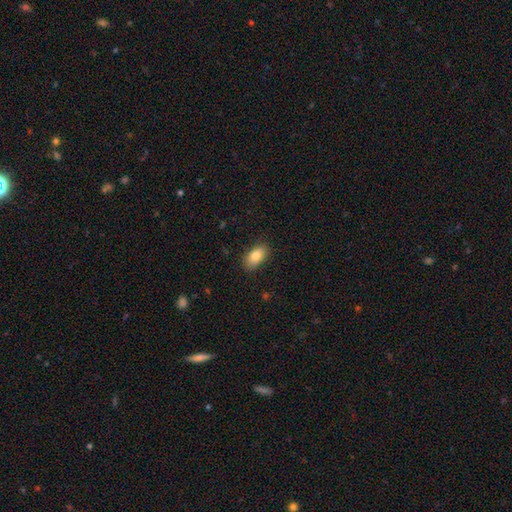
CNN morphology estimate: Smooth or featured? smooth (82%)
How rounded? in between (91%)
Merging? none (85%)